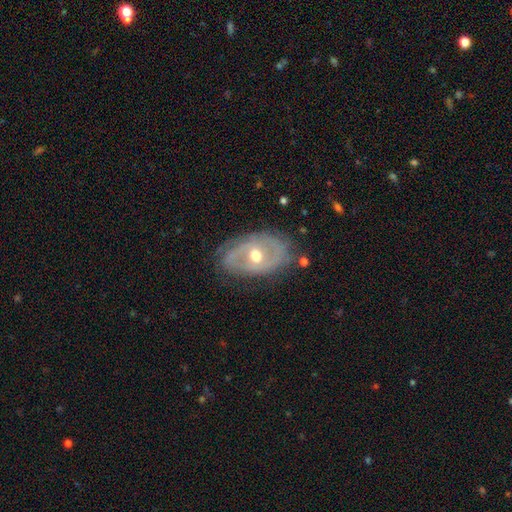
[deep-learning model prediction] The model was most divided on "bar": no: 56%, weak: 32%, strong: 12%. More confident: edge-on disk — no (93%); bulge size — moderate (76%); smooth or featured — featured or disk (76%); merging — none (72%); spiral arms — yes (65%).